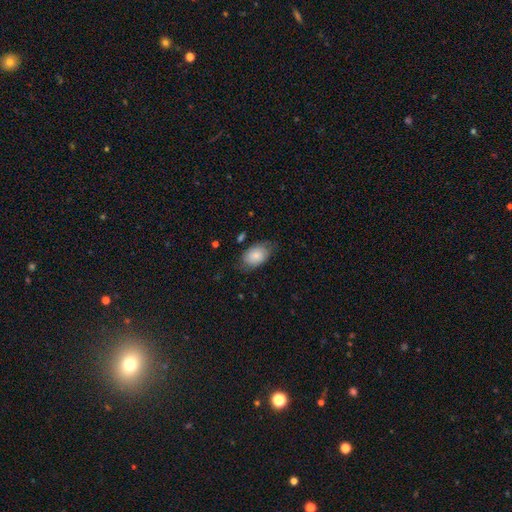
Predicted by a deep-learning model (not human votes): Overall: smooth (81%). How rounded: in between (89%). Merging: none (66%).